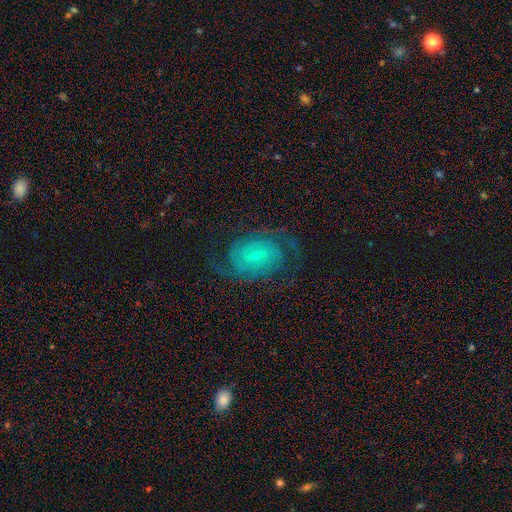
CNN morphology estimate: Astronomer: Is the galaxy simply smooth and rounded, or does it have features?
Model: featured or disk — 83%.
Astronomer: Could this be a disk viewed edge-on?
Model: no — 98%.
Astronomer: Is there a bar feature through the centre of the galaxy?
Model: no — 47% (runner-up: weak, 42%).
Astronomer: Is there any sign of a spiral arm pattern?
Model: yes — 96%.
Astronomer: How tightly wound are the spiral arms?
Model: medium — 47% (runner-up: tight, 38%).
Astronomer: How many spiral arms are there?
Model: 2 — 76%.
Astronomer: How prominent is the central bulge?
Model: small — 75%.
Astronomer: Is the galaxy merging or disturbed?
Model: none — 74%.